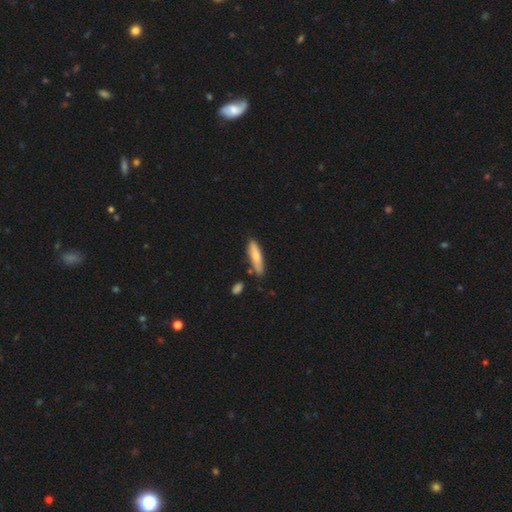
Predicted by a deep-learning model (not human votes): smooth 74%, featured or disk 21%, star or artifact 6%. Down the decision tree: how rounded — cigar-shaped (72%); merging — none (78%).